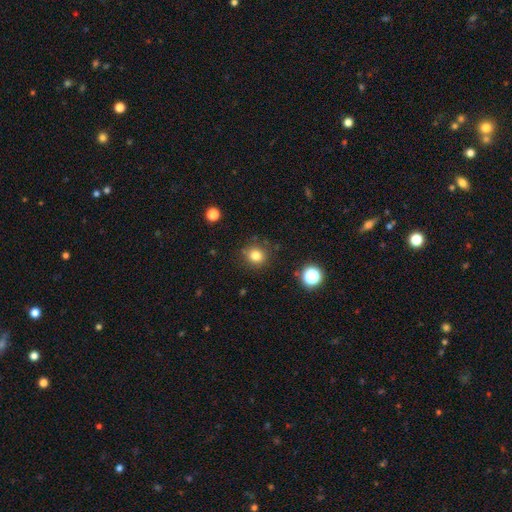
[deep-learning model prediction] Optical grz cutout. It shows a smooth galaxy with no disk features (81%) that is round (86%). Merging: none (85%).